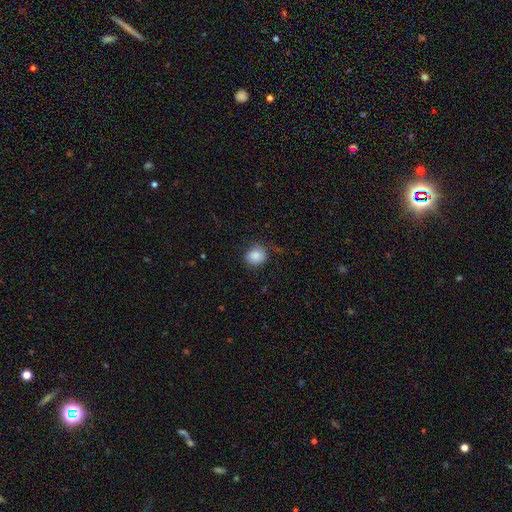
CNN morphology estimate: The model was most divided on "merging": none: 75%, minor disturbance: 19%, major disturbance: 6%, merger: 1%. More confident: smooth or featured — smooth (86%); how rounded — round (79%).